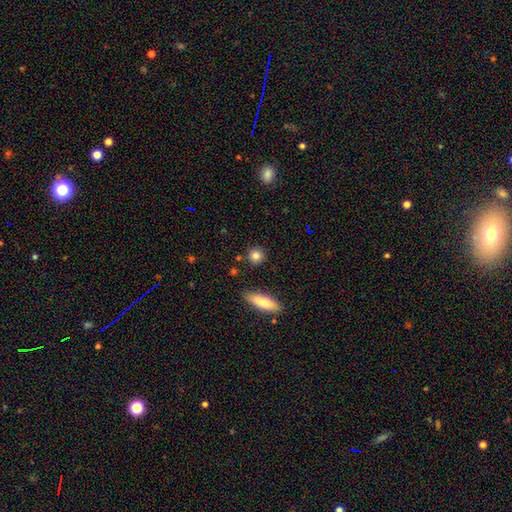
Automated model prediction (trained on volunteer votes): Q: Smooth or featured?
A: smooth (83%); runner-up: star or artifact (9%)
Q: How rounded?
A: round (87%); runner-up: in between (10%)
Q: Merging?
A: none (86%); runner-up: minor disturbance (8%)